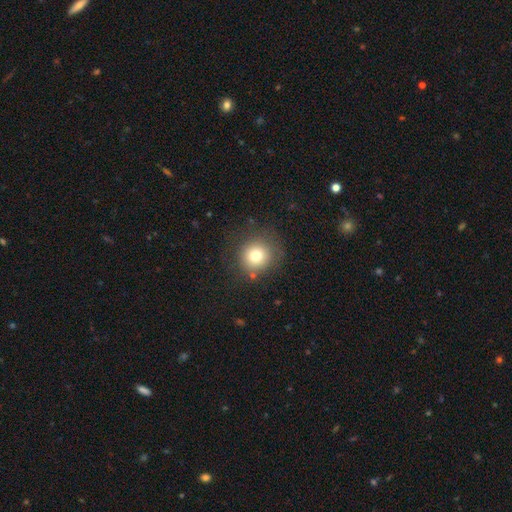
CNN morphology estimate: A smooth galaxy with no disk features (75%) that is round (91%). Merging: none (82%).